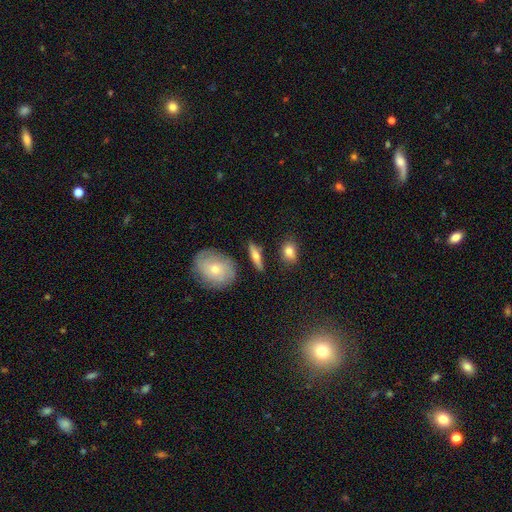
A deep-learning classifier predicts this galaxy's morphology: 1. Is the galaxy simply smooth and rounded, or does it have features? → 55% smooth, 36% featured or disk, 8% star or artifact.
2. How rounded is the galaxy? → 51% cigar-shaped, 40% in between, 9% round.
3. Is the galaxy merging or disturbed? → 82% none, 11% minor disturbance, 4% merger, 3% major disturbance.